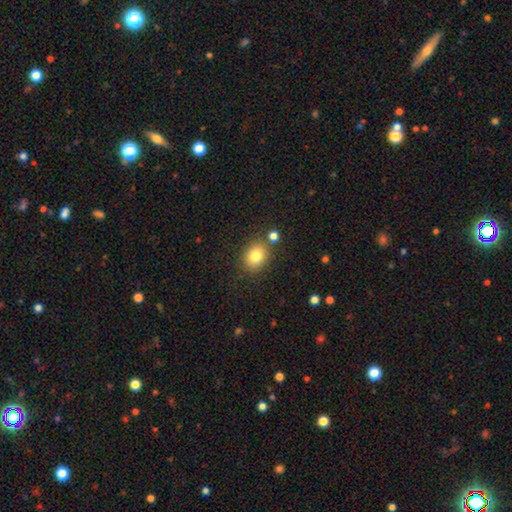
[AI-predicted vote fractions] Smooth or featured? smooth (81%)
How rounded? in between (51%)
Merging? none (78%)